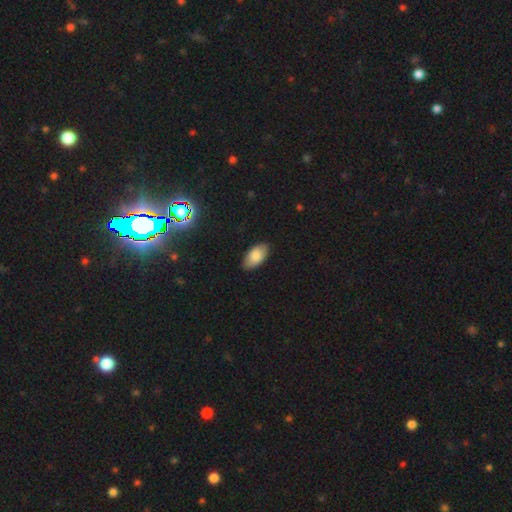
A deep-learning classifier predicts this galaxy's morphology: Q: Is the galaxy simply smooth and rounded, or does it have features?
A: smooth — 84%.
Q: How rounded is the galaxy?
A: in between — 95%.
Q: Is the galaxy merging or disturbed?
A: none — 86%.